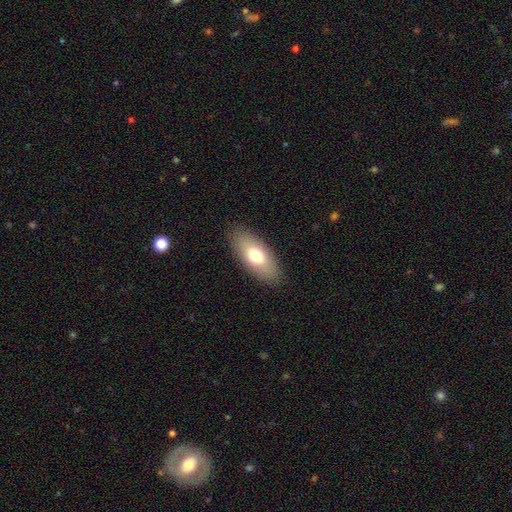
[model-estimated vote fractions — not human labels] smooth_or_featured: smooth (p=0.71) [alt: featured or disk p=0.22]
how_rounded: in between (p=0.85) [alt: cigar-shaped p=0.12]
merging: none (p=0.87) [alt: minor disturbance p=0.09]